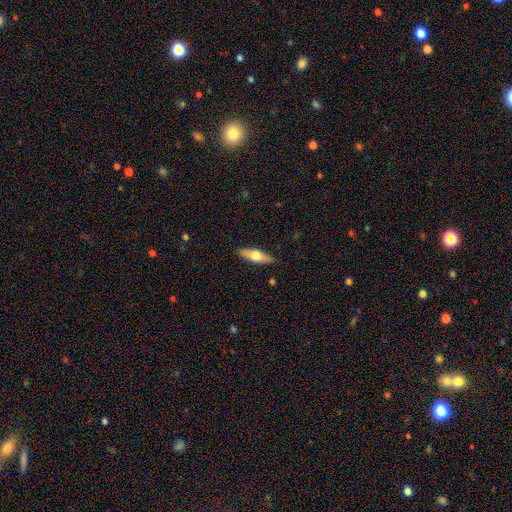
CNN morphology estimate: Smooth or featured? Predicted: featured or disk (p=0.48). Merging? Predicted: none (p=0.89).